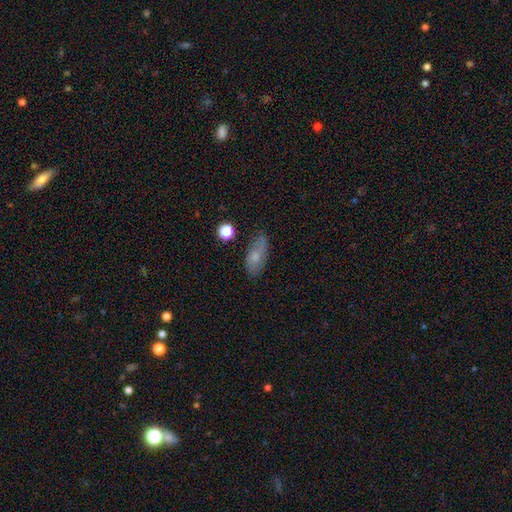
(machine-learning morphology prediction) Smooth or featured? smooth (51%)
How rounded? in between (82%)
Merging? none (71%)